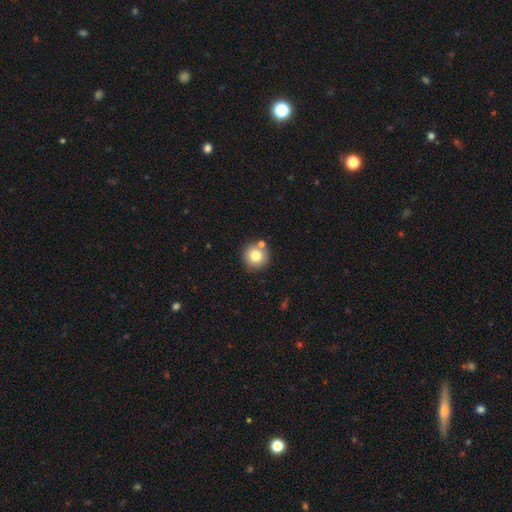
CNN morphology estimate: This is likely a smooth galaxy (78%). How rounded: clearly round (94%). Merging: likely none (78%).